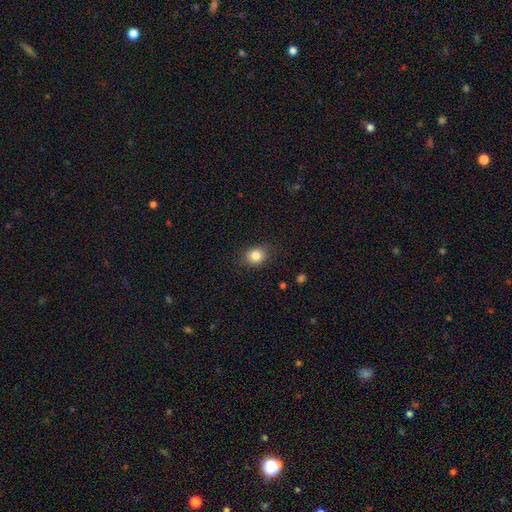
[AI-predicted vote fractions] Q: Smooth or featured?
A: smooth (83%); runner-up: star or artifact (10%)
Q: How rounded?
A: round (62%); runner-up: in between (37%)
Q: Merging?
A: none (82%); runner-up: minor disturbance (13%)